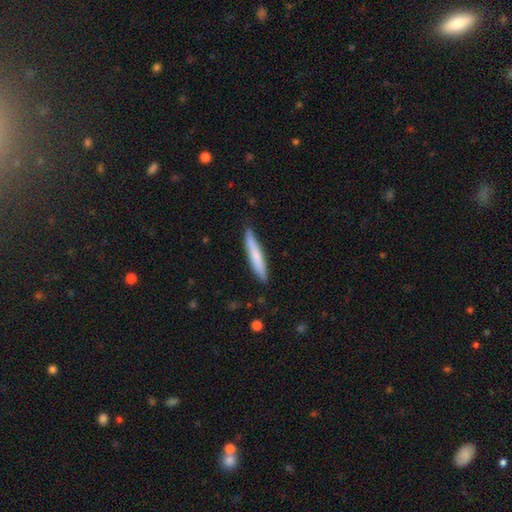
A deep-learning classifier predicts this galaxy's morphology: type=smooth (73%); roundness=cigar-shaped (94%); merging=none (86%).